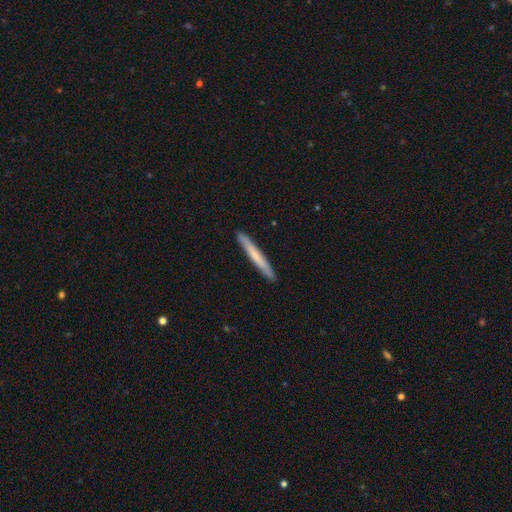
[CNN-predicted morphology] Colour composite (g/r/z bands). It shows a smooth galaxy with no disk features (61%) that is cigar-shaped (97%). Merging: none (91%).